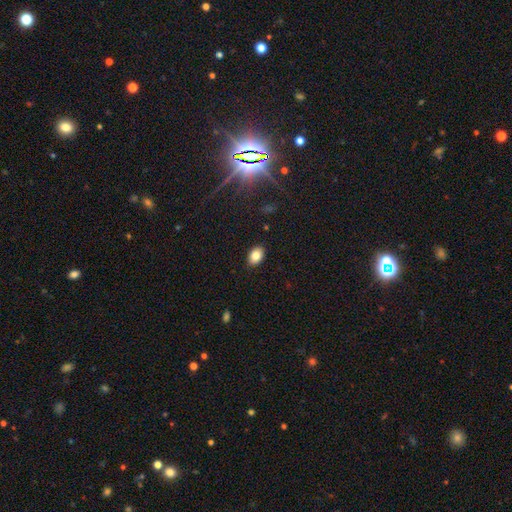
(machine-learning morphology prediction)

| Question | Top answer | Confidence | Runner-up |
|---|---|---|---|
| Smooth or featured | smooth | 83% | star or artifact (9%) |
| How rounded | in between | 86% | round (13%) |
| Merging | none | 89% | minor disturbance (8%) |